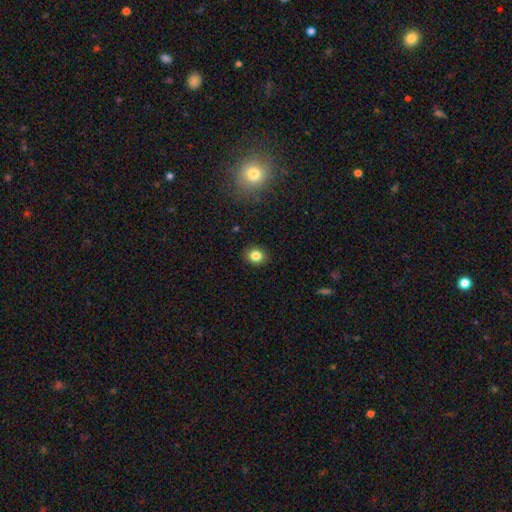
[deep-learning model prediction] Smooth or featured? Predicted: smooth (p=0.83). How rounded? Predicted: round (p=0.63). Merging? Predicted: none (p=0.90).